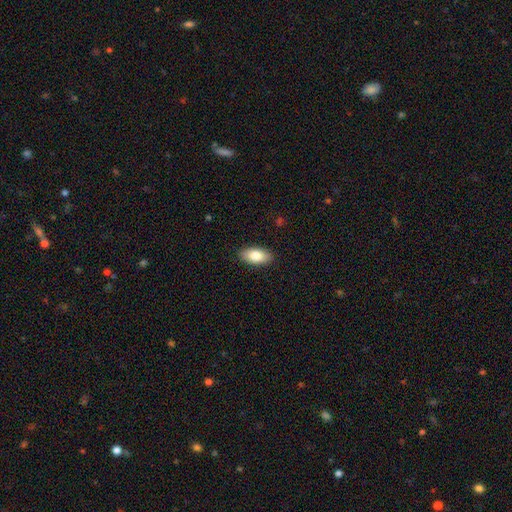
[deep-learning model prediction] smooth 82%, featured or disk 11%, star or artifact 6%. Down the decision tree: how rounded — in between (92%); merging — none (89%).